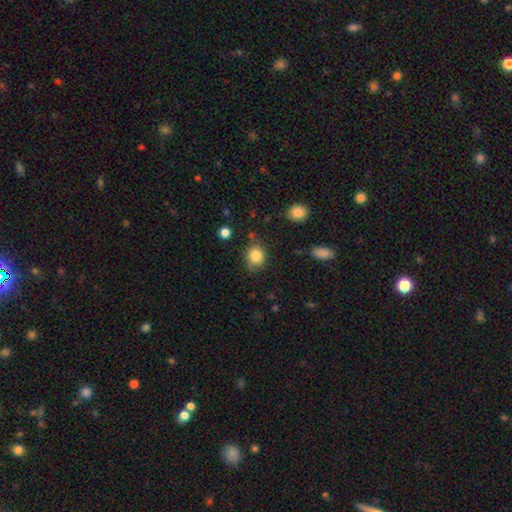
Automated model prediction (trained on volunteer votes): Smooth or featured?
  - smooth: 84% *
  - star or artifact: 9%
  - featured or disk: 6%
How rounded?
  - round: 62% *
  - in between: 37%
  - cigar-shaped: 1%
Merging?
  - none: 75% *
  - minor disturbance: 18%
  - major disturbance: 4%
  - merger: 3%